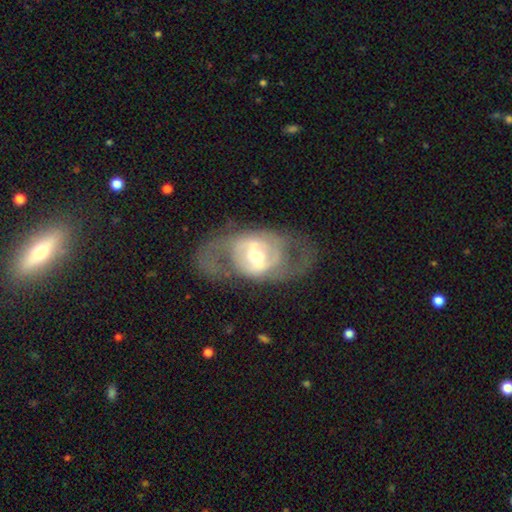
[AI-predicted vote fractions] The model was most divided on "spiral arms": no: 56%, yes: 44%. Remaining: edge-on disk — no (91%); smooth or featured — featured or disk (75%); merging — none (62%); bulge size — moderate (58%); bar — strong (49%).